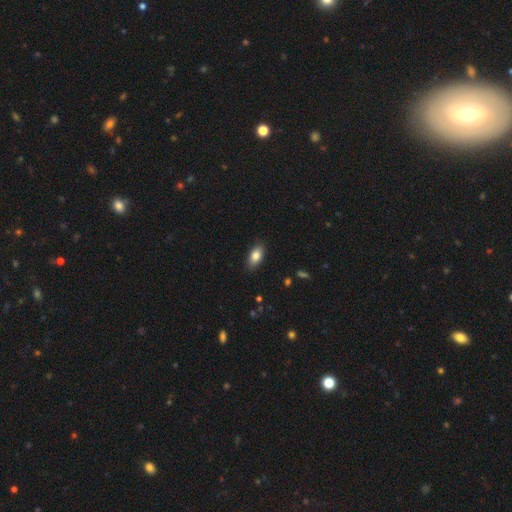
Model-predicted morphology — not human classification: Overall: smooth (82%). How rounded: in between (89%). Merging: none (86%).